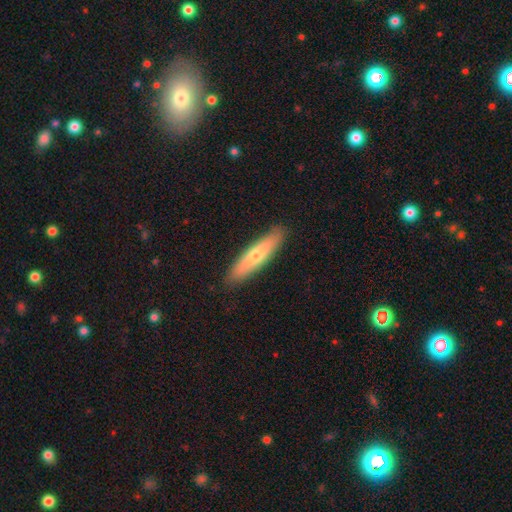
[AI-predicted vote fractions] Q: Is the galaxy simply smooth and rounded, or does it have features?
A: smooth — 61%.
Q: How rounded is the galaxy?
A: cigar-shaped — 81%.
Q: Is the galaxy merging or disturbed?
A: none — 89%.